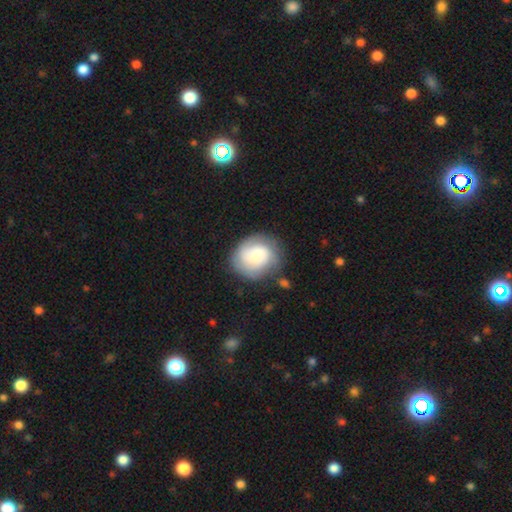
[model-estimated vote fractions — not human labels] The model was most divided on "smooth or featured": smooth: 59%, featured or disk: 33%, star or artifact: 8%. More confident: how rounded — round (68%); merging — none (60%).